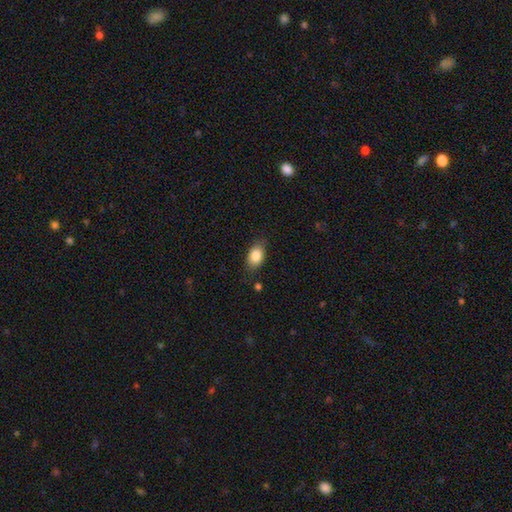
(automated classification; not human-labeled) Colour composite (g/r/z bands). It shows a smooth galaxy with no disk features (85%) that is in between round and cigar-shaped (84%). Merging: none (78%).